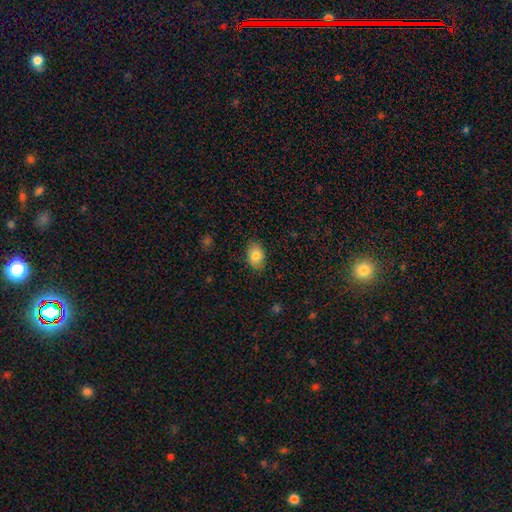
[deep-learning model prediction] Smooth or featured? smooth (84%)
How rounded? in between (85%)
Merging? none (85%)